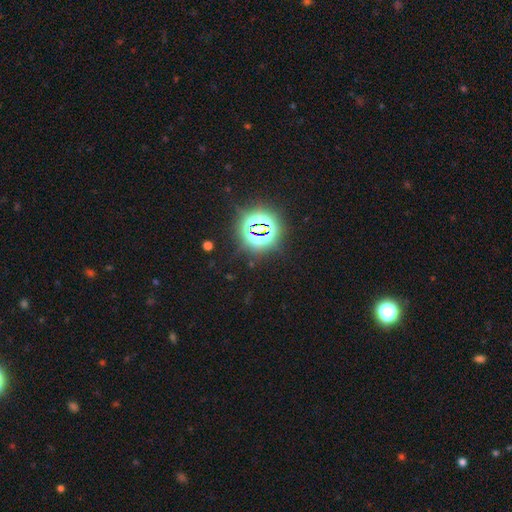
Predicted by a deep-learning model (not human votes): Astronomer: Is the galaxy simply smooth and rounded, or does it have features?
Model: star or artifact — 82%.